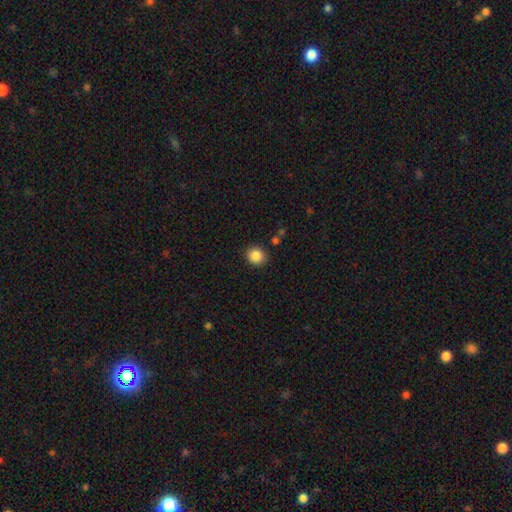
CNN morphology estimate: Smooth or featured: smooth — 87% (star or artifact — 9%)
How rounded: round — 85% (in between — 14%)
Merging: none — 89% (minor disturbance — 7%)